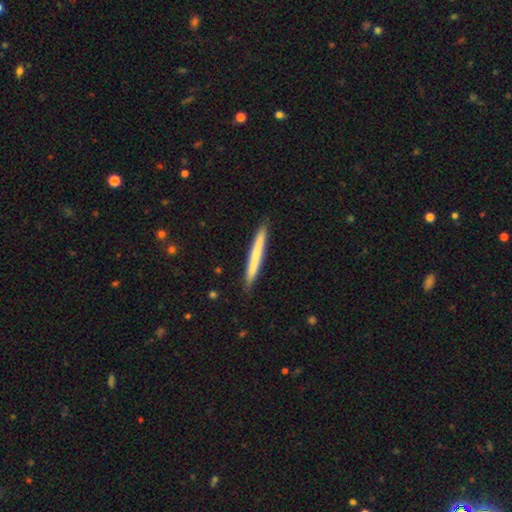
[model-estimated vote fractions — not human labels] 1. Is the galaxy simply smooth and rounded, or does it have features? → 65% smooth, 30% featured or disk, 5% star or artifact.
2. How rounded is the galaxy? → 97% cigar-shaped, 2% in between, 1% round.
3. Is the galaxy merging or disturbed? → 92% none, 6% minor disturbance, 1% major disturbance, 1% merger.